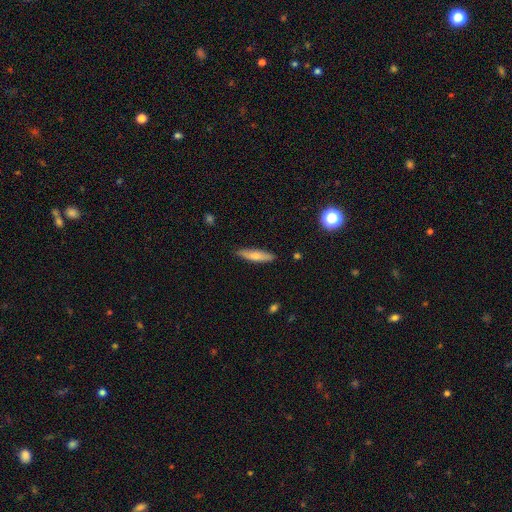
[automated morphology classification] Smooth or featured? smooth (68%)
How rounded? cigar-shaped (77%)
Merging? none (87%)